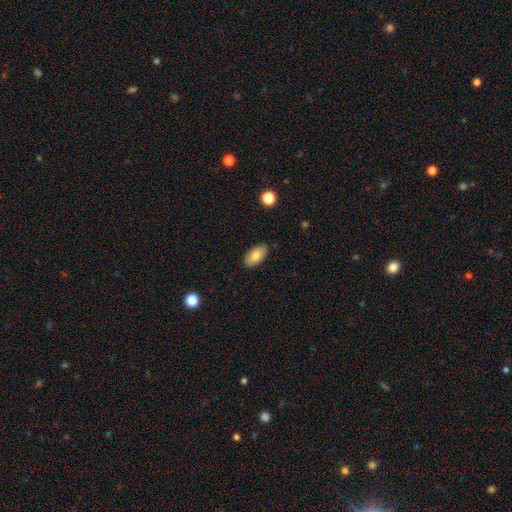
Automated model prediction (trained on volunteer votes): Overall: smooth (82%). How rounded: in between (94%). Merging: none (87%).